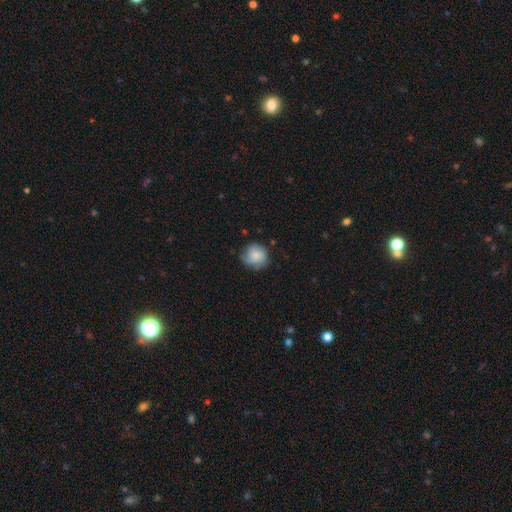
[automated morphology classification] Smooth or featured?
  - smooth: 60% *
  - featured or disk: 32%
  - star or artifact: 8%
How rounded?
  - round: 83% *
  - in between: 16%
  - cigar-shaped: 1%
Merging?
  - none: 66% *
  - minor disturbance: 24%
  - major disturbance: 8%
  - merger: 2%